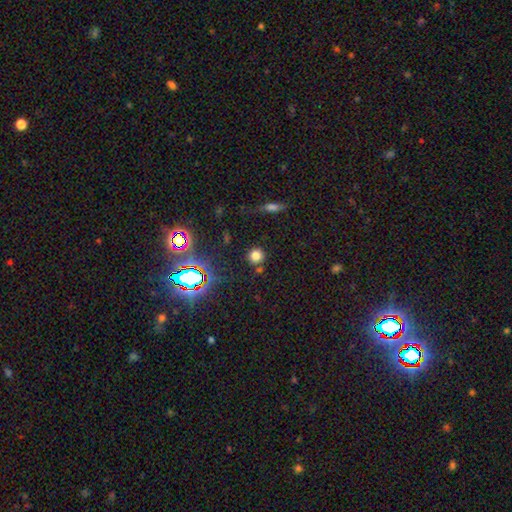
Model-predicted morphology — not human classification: A smooth galaxy with no disk features (73%) that is round (92%). Merging: none (82%).